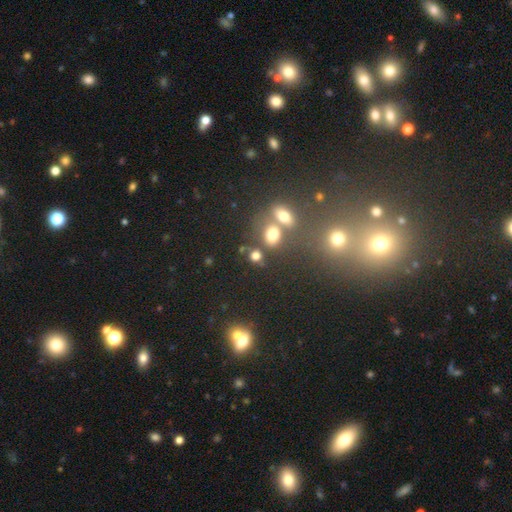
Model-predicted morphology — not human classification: Smooth or featured? Predicted: smooth (p=0.71). How rounded? Predicted: round (p=0.55). Merging? Predicted: none (p=0.53).